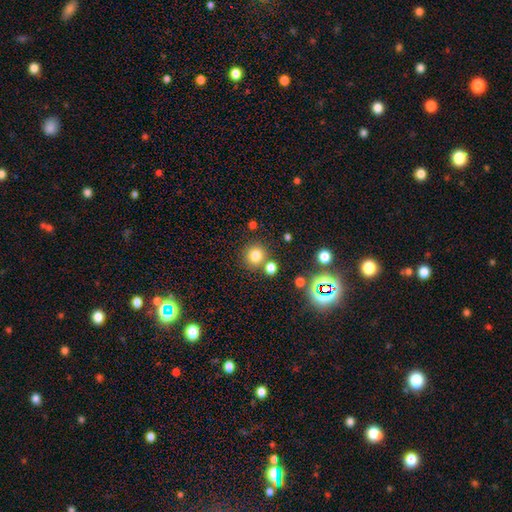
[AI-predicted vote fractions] A smooth galaxy with no disk features (76%) that is round (92%). Merging: none (77%).